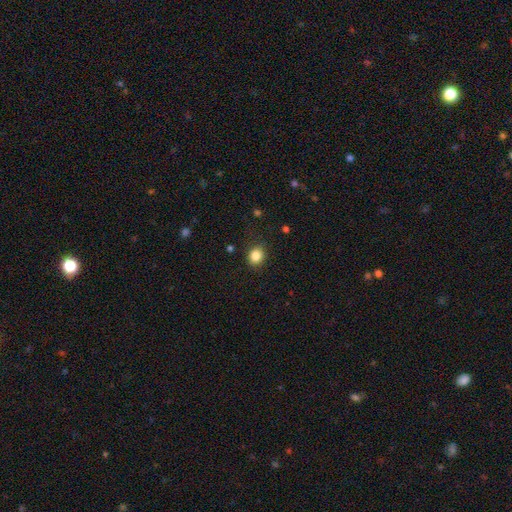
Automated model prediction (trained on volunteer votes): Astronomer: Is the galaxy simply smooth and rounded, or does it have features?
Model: smooth — 85%.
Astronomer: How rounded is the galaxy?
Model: round — 71%.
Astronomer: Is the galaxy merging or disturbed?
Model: none — 87%.